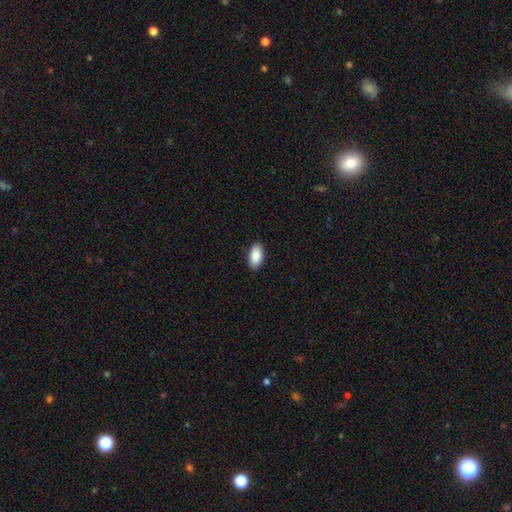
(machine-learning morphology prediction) Overall: smooth (90%). How rounded: in between (94%). Merging: none (90%).